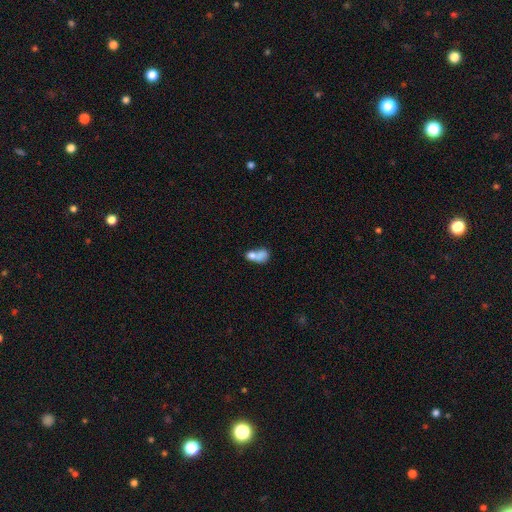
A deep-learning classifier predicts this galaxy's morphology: Smooth or featured?
  - smooth: 72% *
  - featured or disk: 19%
  - star or artifact: 9%
How rounded?
  - in between: 70% *
  - round: 26%
  - cigar-shaped: 4%
Merging?
  - merger: 65% *
  - none: 18%
  - minor disturbance: 9%
  - major disturbance: 8%